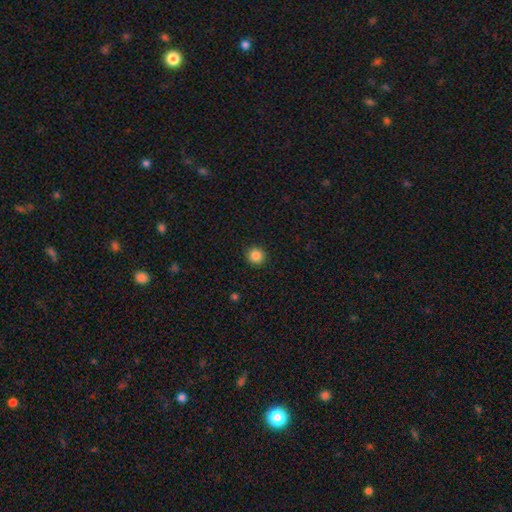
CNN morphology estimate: Overall: smooth (86%). How rounded: round (93%). Merging: none (92%).